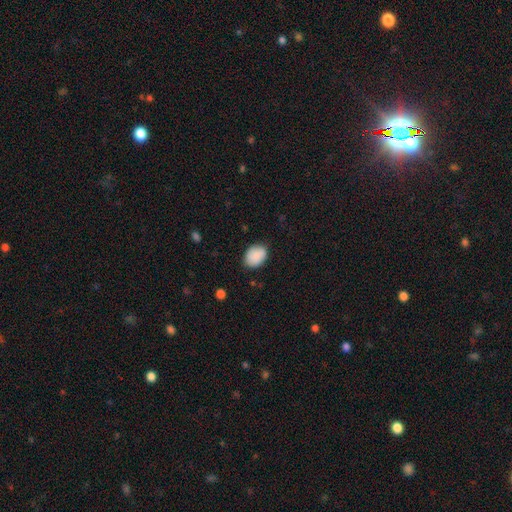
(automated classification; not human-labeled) This is clearly a smooth galaxy (88%). How rounded: likely in between (74%). Merging: likely none (79%).